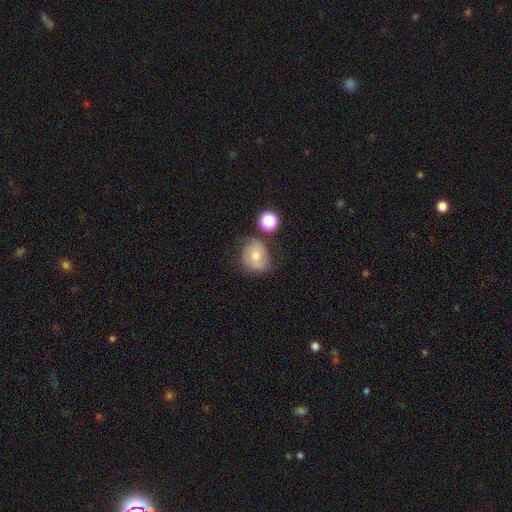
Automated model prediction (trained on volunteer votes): smooth_or_featured: smooth (p=0.53) [alt: featured or disk p=0.36]
how_rounded: round (p=0.73) [alt: in between p=0.26]
merging: none (p=0.61) [alt: minor disturbance p=0.24]